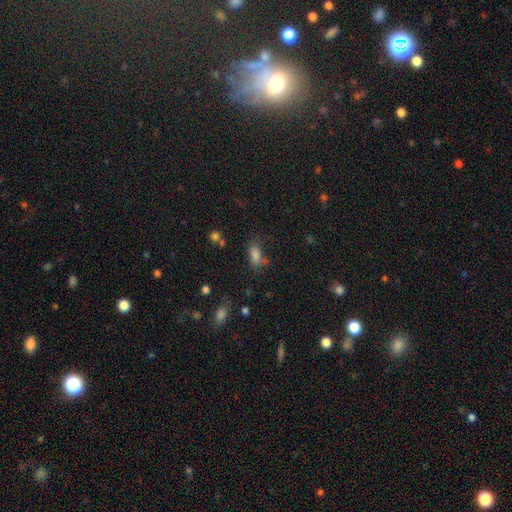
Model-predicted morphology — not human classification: Q: Smooth or featured?
A: smooth (80%); runner-up: star or artifact (12%)
Q: How rounded?
A: in between (83%); runner-up: cigar-shaped (12%)
Q: Merging?
A: none (56%); runner-up: minor disturbance (22%)